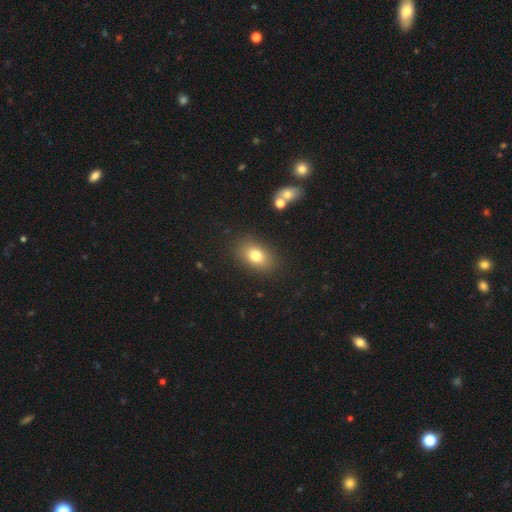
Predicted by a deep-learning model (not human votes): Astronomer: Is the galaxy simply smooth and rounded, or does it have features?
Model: smooth — 78%.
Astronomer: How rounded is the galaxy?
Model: in between — 81%.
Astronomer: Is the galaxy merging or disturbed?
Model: none — 85%.